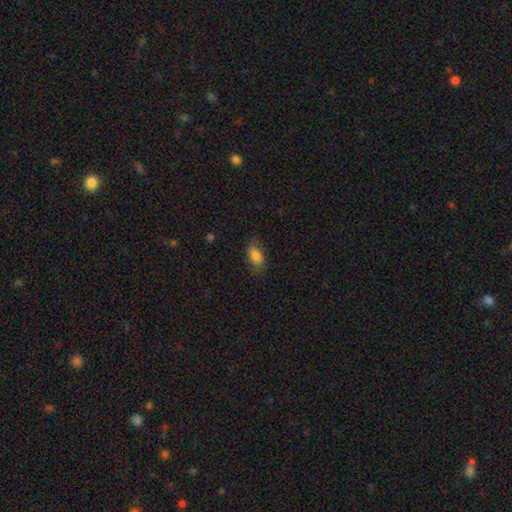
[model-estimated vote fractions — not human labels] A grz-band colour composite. It shows a smooth galaxy with no disk features (78%) that is in between round and cigar-shaped (90%). Merging: none (72%).